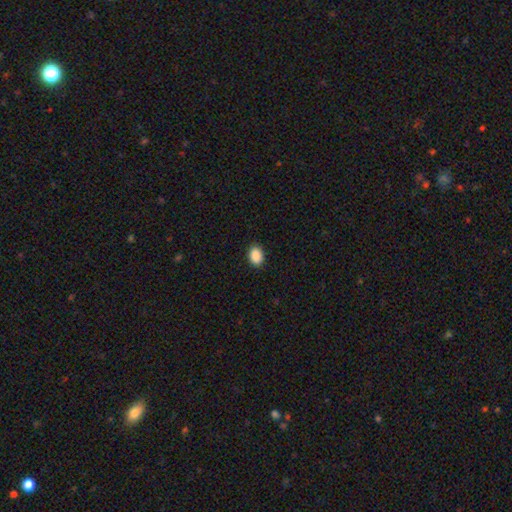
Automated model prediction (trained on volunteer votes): Q: Smooth or featured?
A: smooth (90%); runner-up: star or artifact (8%)
Q: How rounded?
A: in between (77%); runner-up: round (22%)
Q: Merging?
A: none (89%); runner-up: minor disturbance (8%)